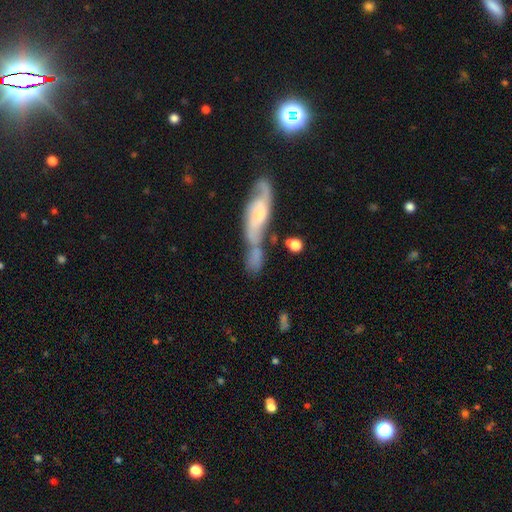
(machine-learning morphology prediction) Smooth or featured?
  - featured or disk: 46% *
  - smooth: 45%
  - star or artifact: 9%
Merging?
  - merger: 53% *
  - none: 27%
  - minor disturbance: 12%
  - major disturbance: 8%